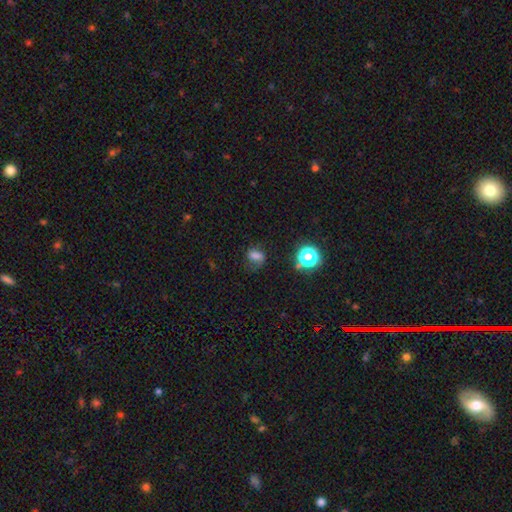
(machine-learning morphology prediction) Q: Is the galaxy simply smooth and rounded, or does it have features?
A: smooth — 63%.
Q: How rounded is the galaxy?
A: in between — 60%.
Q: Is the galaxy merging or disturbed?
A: none — 60%.